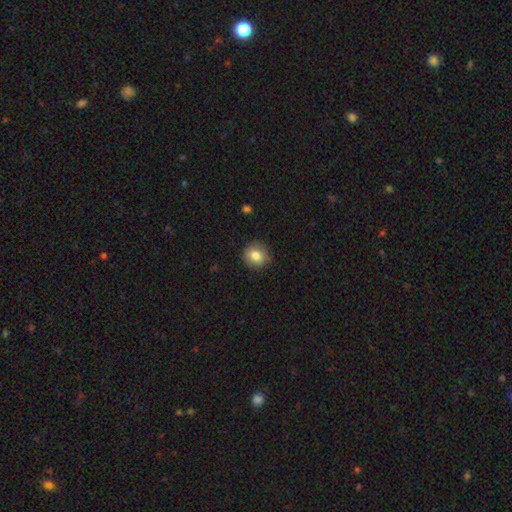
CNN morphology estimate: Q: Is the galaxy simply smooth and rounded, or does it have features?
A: smooth — 82%.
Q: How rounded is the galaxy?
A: round — 89%.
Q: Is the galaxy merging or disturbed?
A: none — 87%.